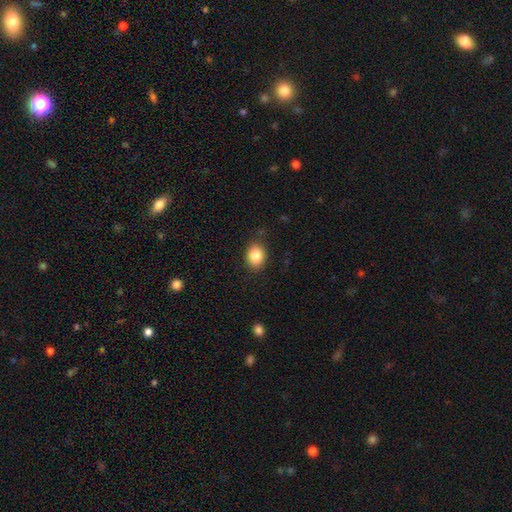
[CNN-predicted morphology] type=smooth (85%); roundness=in between (55%); merging=none (84%).